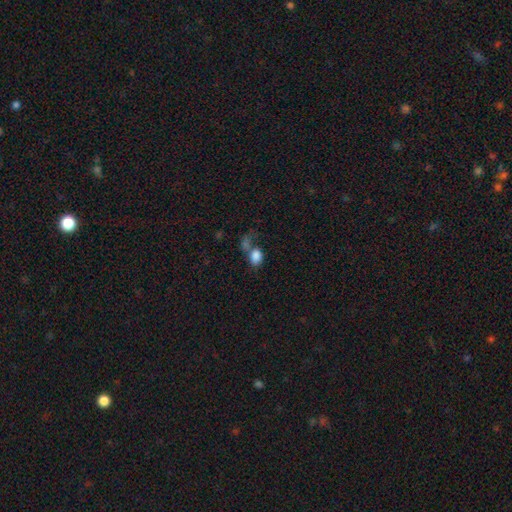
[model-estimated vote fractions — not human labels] smooth_or_featured: smooth (p=0.81) [alt: star or artifact p=0.10]
how_rounded: in between (p=0.66) [alt: round p=0.33]
merging: merger (p=0.34) [alt: none p=0.31]